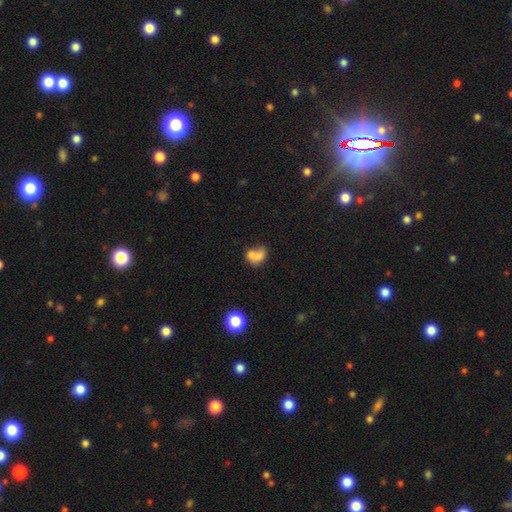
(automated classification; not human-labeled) The model was most divided on "merging": merger: 49%, none: 27%, minor disturbance: 14%, major disturbance: 10%. More confident: smooth or featured — smooth (73%); how rounded — in between (65%).